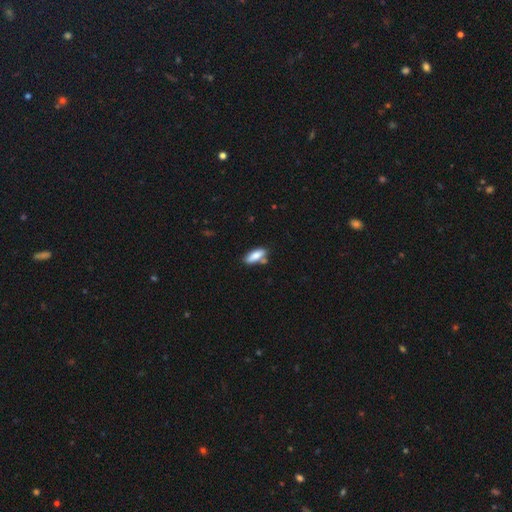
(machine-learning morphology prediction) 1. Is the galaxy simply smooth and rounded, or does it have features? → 84% smooth, 10% featured or disk, 6% star or artifact.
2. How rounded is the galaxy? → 66% in between, 32% cigar-shaped, 2% round.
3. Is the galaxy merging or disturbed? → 69% none, 17% minor disturbance, 10% merger, 3% major disturbance.